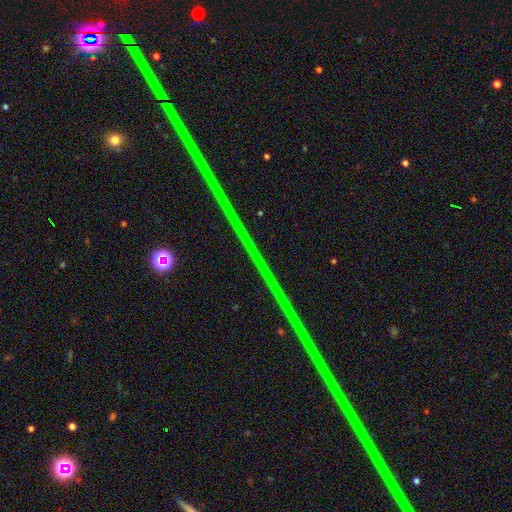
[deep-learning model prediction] Smooth or featured? Predicted: star or artifact (p=0.89).